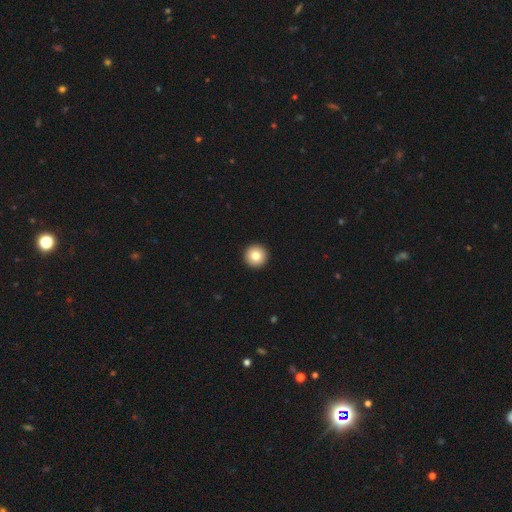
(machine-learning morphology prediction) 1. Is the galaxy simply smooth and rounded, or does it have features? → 82% smooth, 9% featured or disk, 9% star or artifact.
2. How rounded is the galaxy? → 97% round, 2% in between, 1% cigar-shaped.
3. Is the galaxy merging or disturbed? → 94% none, 3% minor disturbance, 1% major disturbance, 1% merger.